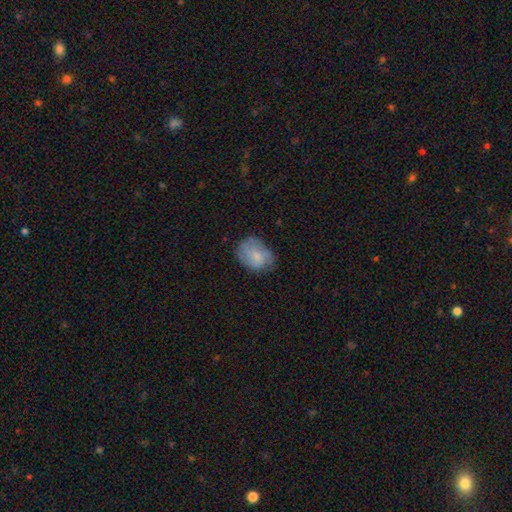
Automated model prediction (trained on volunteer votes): Smooth or featured? smooth (63%)
How rounded? in between (61%)
Merging? none (61%)